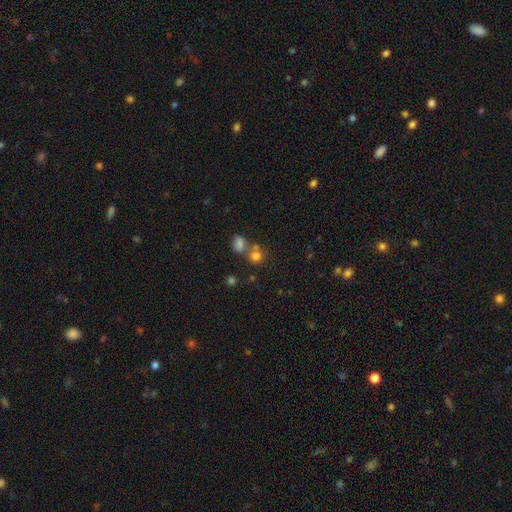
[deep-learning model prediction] This appears to be a smooth galaxy with no disk features (75%) that is round (81%). Merging: none (51%).